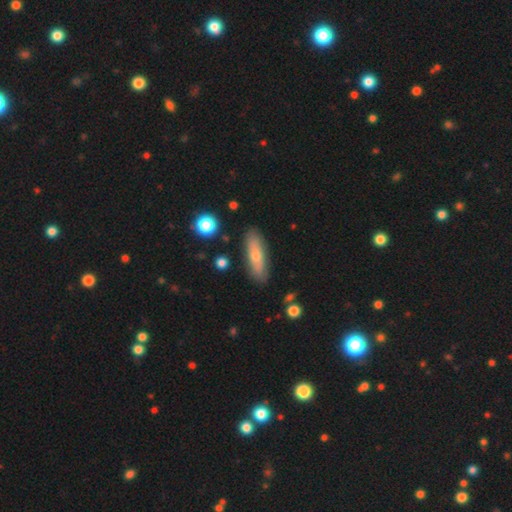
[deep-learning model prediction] A smooth galaxy with no disk features (58%) that is cigar-shaped (59%). Merging: none (85%).